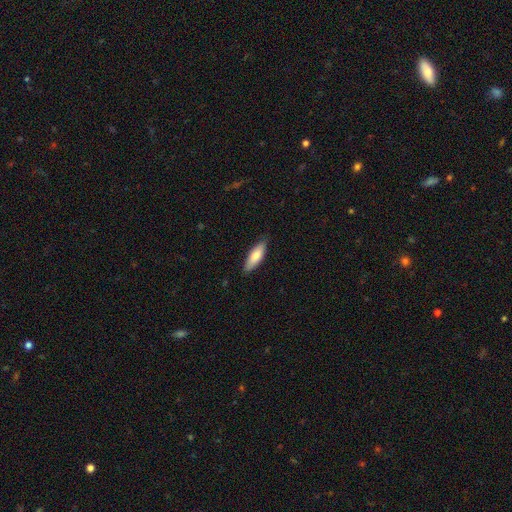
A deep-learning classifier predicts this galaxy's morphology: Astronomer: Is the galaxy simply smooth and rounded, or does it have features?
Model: smooth — 79%.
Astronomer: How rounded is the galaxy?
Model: in between — 54% (runner-up: cigar-shaped, 44%).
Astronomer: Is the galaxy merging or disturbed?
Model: none — 84%.